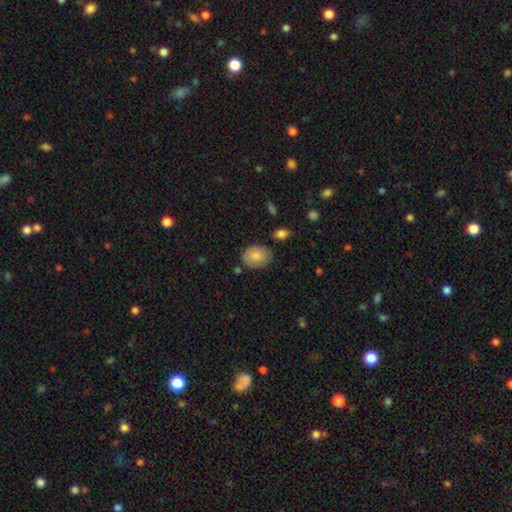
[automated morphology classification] Smooth or featured? Predicted: smooth (p=0.81). How rounded? Predicted: in between (p=0.51). Merging? Predicted: none (p=0.77).